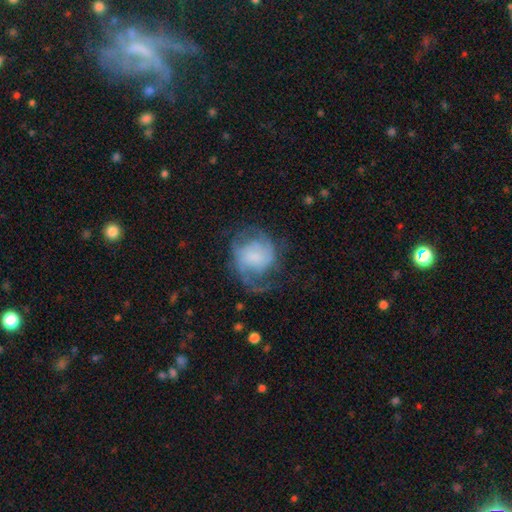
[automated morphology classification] A featured or disk galaxy (66%) with no bar (63%), 2 (56%) medium (46%) spiral arms (85%) and no central bulge (32%).

Vote fractions:
- Smooth or featured? featured or disk: 66% / smooth: 27% / star or artifact: 8%
- Edge-on disk? no: 98% / yes: 2%
- Bar? no: 63% / weak: 31% / strong: 6%
- Spiral arms? yes: 85% / no: 15%
- Spiral winding? medium: 46% / loose: 29% / tight: 24%
- Spiral arm count? 2: 56% / can't tell: 20% / 3: 9% / 1: 8% / 4: 3% / more than 4: 3%
- Bulge size? none: 32% / small: 29% / moderate: 20% / large: 16% / dominant: 4%
- Merging? none: 50% / major disturbance: 27% / minor disturbance: 21% / merger: 2%